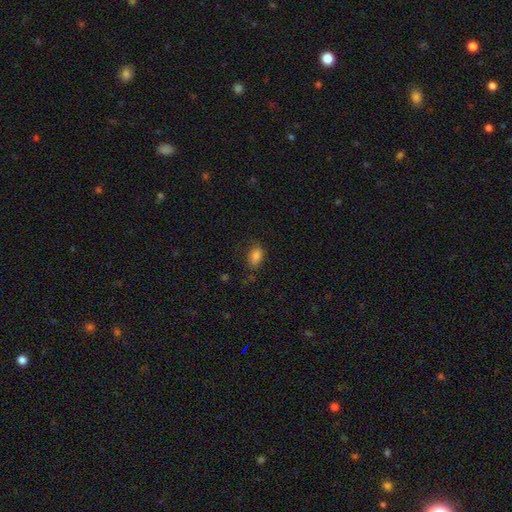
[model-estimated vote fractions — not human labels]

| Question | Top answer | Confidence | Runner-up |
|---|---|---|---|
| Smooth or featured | smooth | 84% | star or artifact (10%) |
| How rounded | in between | 88% | round (10%) |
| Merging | none | 72% | minor disturbance (21%) |